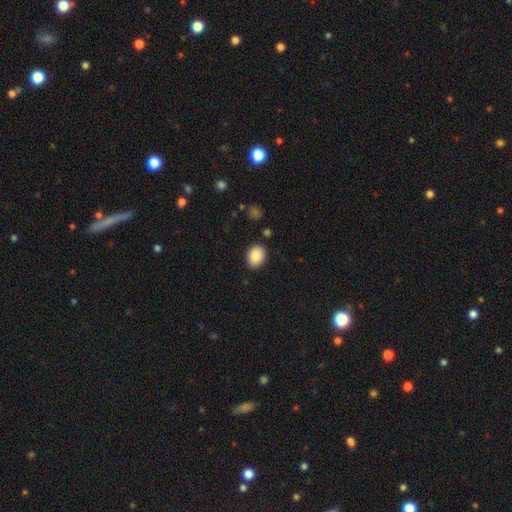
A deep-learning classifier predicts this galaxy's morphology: Smooth or featured? Predicted: smooth (p=0.87). How rounded? Predicted: in between (p=0.68). Merging? Predicted: none (p=0.87).